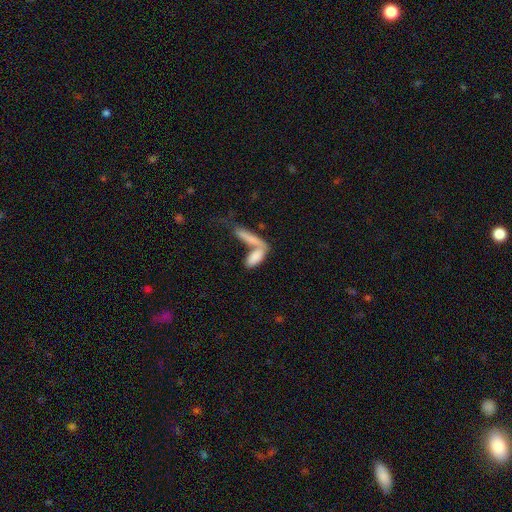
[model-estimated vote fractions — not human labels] Morphology: type=smooth (77%); roundness=in between (57%); merging=merger (58%).